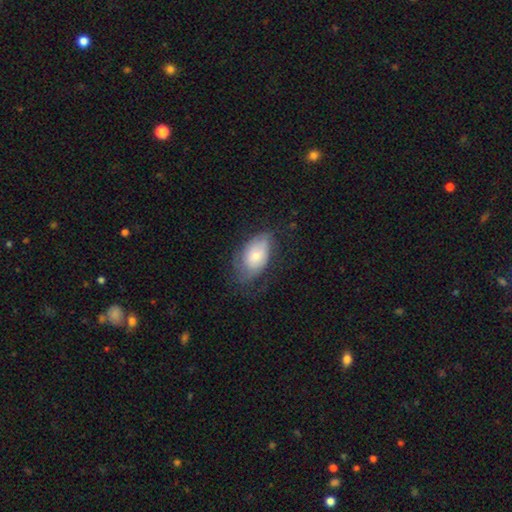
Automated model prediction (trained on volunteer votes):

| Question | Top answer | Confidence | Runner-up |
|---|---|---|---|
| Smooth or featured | smooth | 54% | featured or disk (39%) |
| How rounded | in between | 91% | round (7%) |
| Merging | none | 51% | minor disturbance (30%) |